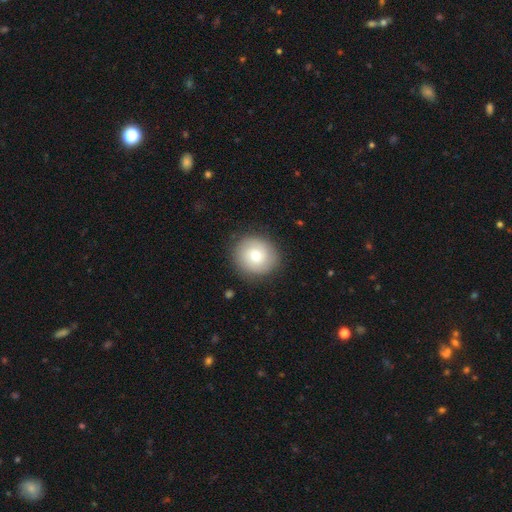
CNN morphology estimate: A smooth galaxy with no disk features (71%) that is round (89%).

Vote fractions:
- Smooth or featured? smooth: 71% / featured or disk: 20% / star or artifact: 8%
- How rounded? round: 89% / in between: 10% / cigar-shaped: 1%
- Merging? none: 87% / minor disturbance: 9% / major disturbance: 3% / merger: 1%